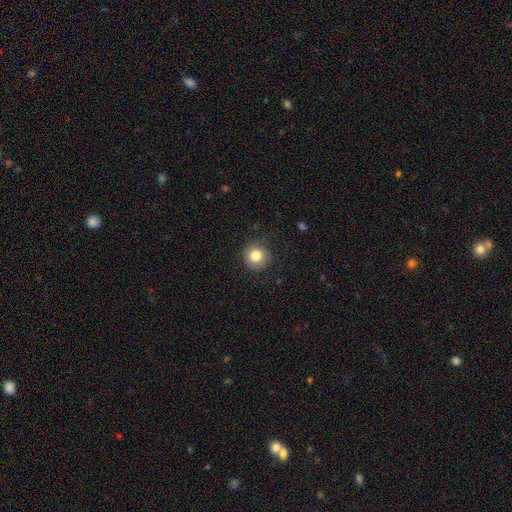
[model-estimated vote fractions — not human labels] smooth-or-featured: smooth: 83% | star or artifact: 10% | featured or disk: 7%
  how-rounded: round: 93% | in between: 7% | cigar-shaped: 1%
  merging: none: 83% | minor disturbance: 12% | major disturbance: 4% | merger: 1%